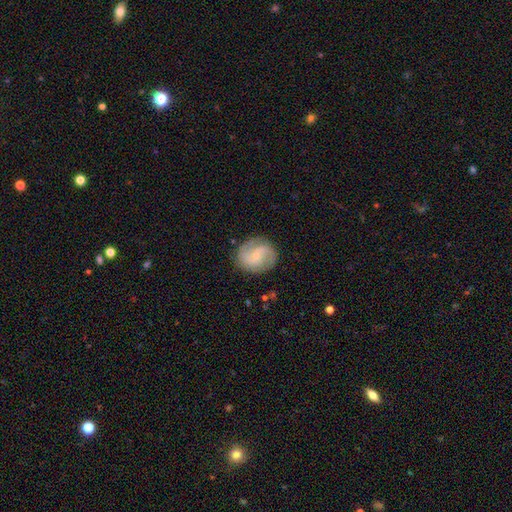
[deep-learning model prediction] This appears to be a featured or disk galaxy (71%) with no bar (48%), 2 (84%) medium (46%) spiral arms (92%) and a small central bulge (70%). Merging: none (82%).